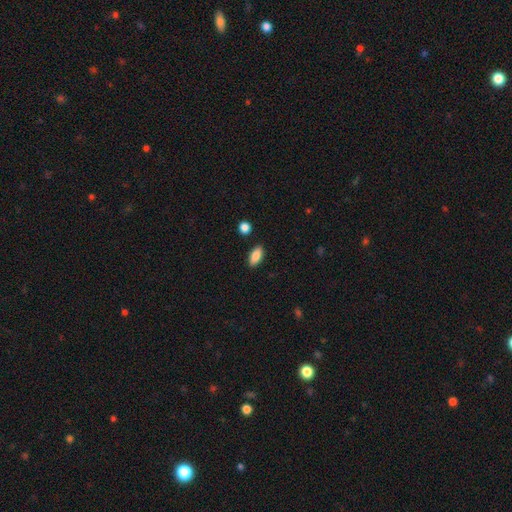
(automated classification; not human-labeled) Smooth or featured: smooth — 85% (featured or disk — 8%)
How rounded: in between — 88% (cigar-shaped — 8%)
Merging: none — 87% (minor disturbance — 8%)